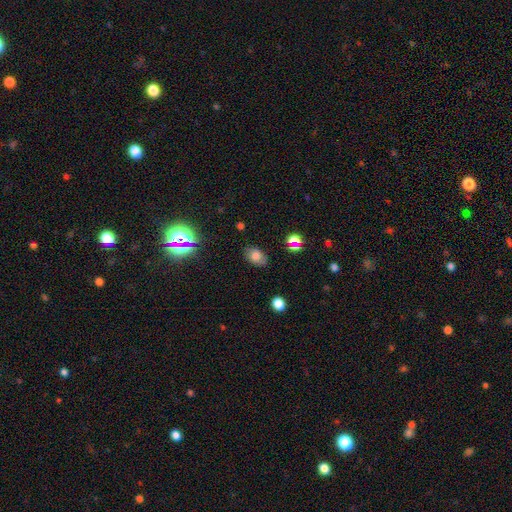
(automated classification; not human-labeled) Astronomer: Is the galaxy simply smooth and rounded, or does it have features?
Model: smooth — 71%.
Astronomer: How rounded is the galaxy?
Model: in between — 82%.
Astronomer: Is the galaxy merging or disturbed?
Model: none — 79%.